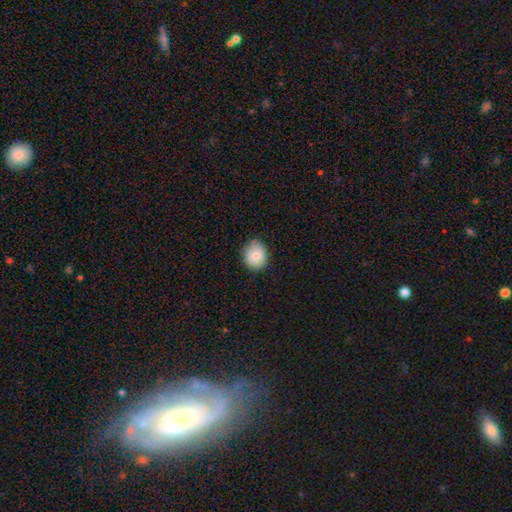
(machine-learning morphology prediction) Q: Smooth or featured?
A: smooth (83%); runner-up: featured or disk (10%)
Q: How rounded?
A: round (60%); runner-up: in between (39%)
Q: Merging?
A: none (82%); runner-up: minor disturbance (14%)